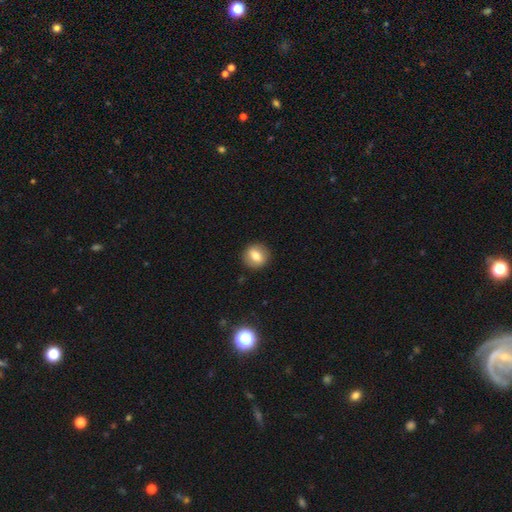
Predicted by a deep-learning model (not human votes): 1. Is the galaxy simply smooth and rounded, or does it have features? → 74% smooth, 16% featured or disk, 9% star or artifact.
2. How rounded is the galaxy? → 77% round, 22% in between, 1% cigar-shaped.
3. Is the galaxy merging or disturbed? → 89% none, 7% minor disturbance, 2% major disturbance, 1% merger.